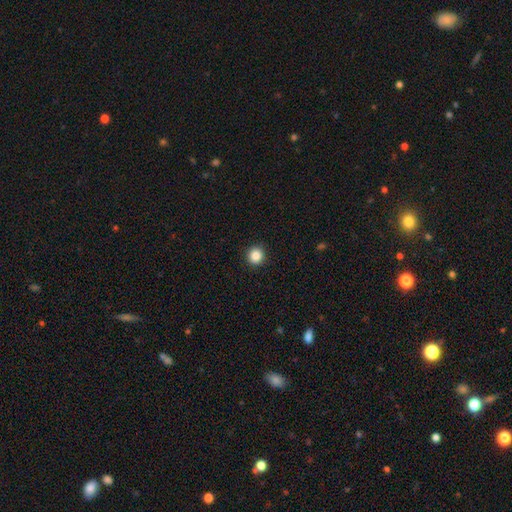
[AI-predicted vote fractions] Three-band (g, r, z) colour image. It shows a smooth galaxy with no disk features (87%) that is round (93%). Merging: none (92%).